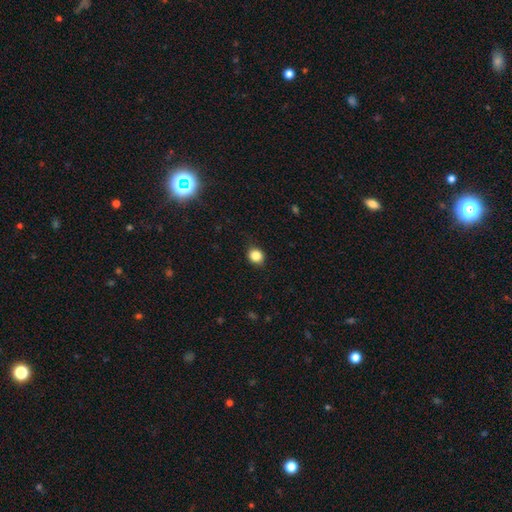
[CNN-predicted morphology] smooth_or_featured: smooth (p=0.85) [alt: star or artifact p=0.11]
how_rounded: round (p=0.79) [alt: in between p=0.20]
merging: none (p=0.86) [alt: minor disturbance p=0.11]